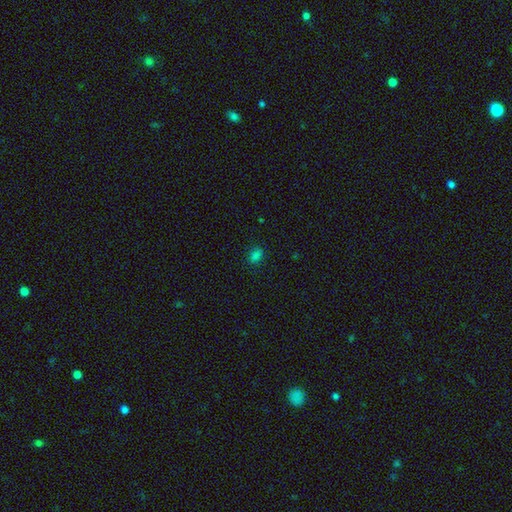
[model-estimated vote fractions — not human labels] This appears to be a smooth galaxy with no disk features (80%) that is in between round and cigar-shaped (75%). Merging: none (85%).